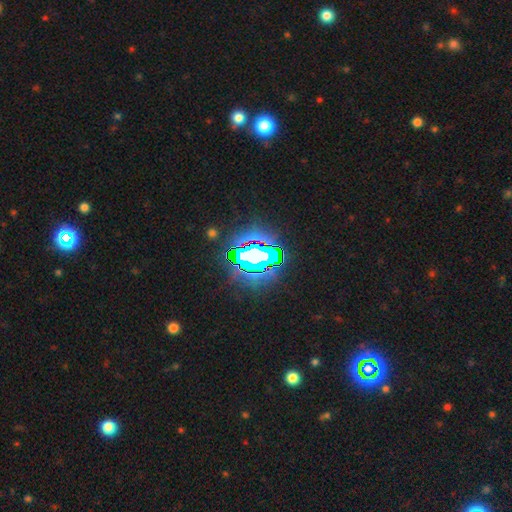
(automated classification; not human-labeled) Smooth or featured? Predicted: star or artifact (p=0.77).